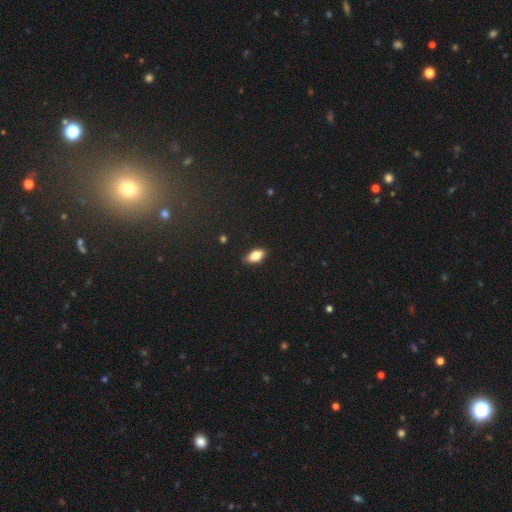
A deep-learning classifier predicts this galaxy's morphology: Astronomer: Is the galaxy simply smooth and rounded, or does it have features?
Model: smooth — 79%.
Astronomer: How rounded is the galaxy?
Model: in between — 89%.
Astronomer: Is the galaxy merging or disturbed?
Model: none — 84%.